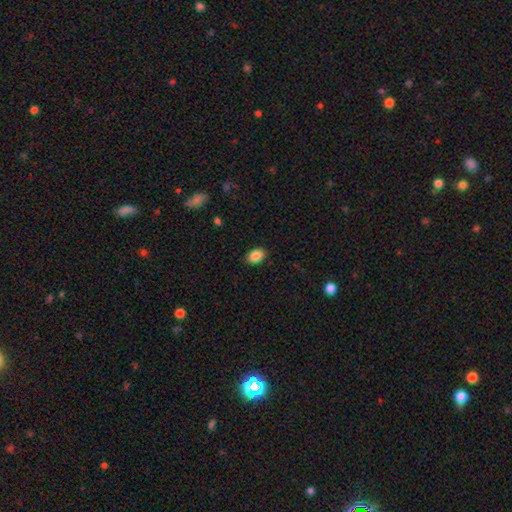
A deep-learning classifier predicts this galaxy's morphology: smooth 87%, star or artifact 8%, featured or disk 5%. Down the decision tree: how rounded — in between (82%); merging — none (88%).